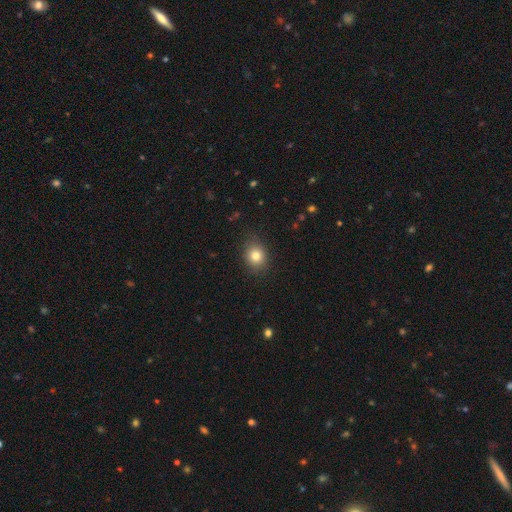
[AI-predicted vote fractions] smooth 82%, star or artifact 11%, featured or disk 8%. Down the decision tree: how rounded — round (59%); merging — none (84%).